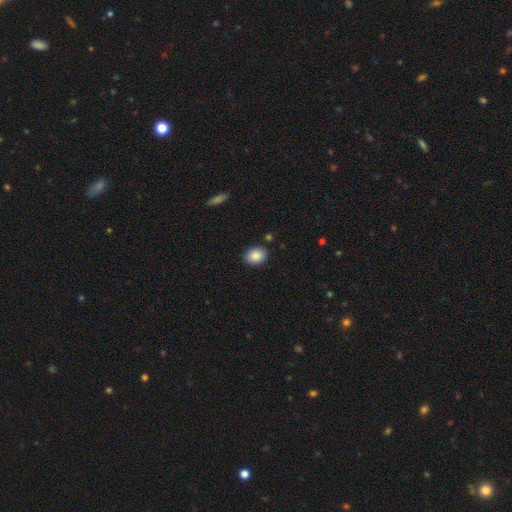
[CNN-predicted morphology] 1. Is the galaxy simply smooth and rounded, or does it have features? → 87% smooth, 8% star or artifact, 5% featured or disk.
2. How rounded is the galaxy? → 61% in between, 38% round, 1% cigar-shaped.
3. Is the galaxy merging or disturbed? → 87% none, 9% minor disturbance, 2% merger, 2% major disturbance.